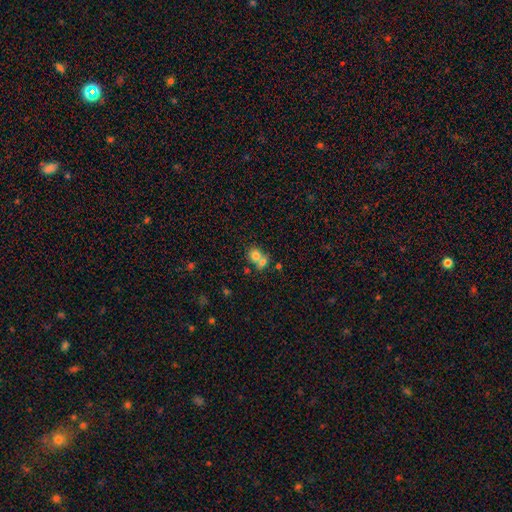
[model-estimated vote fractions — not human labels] The model was most divided on "merging": merger: 56%, none: 33%, minor disturbance: 7%, major disturbance: 4%. More confident: smooth or featured — smooth (74%); how rounded — round (73%).